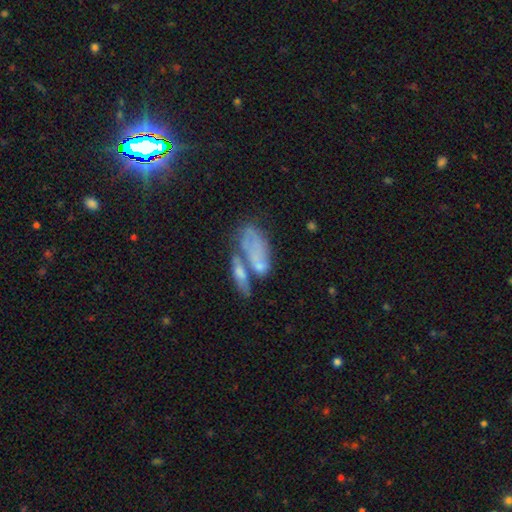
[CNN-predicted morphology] Smooth or featured? smooth (51%)
How rounded? in between (81%)
Merging? merger (47%)